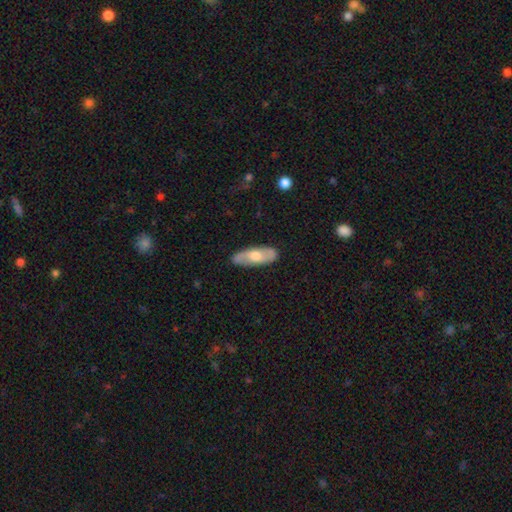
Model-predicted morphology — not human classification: A featured or disk galaxy (49%). Merging: none (85%).